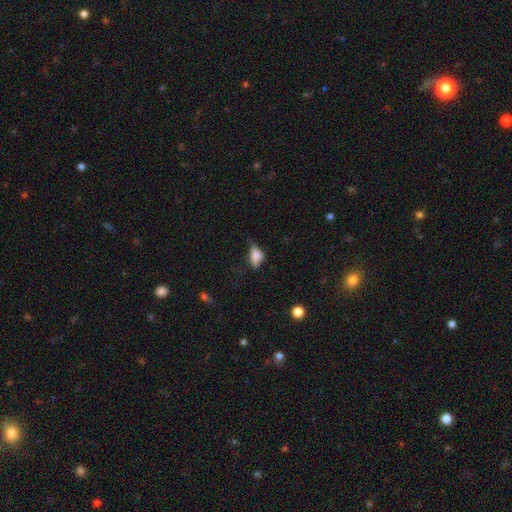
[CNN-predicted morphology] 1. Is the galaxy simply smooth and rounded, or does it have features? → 70% smooth, 20% featured or disk, 11% star or artifact.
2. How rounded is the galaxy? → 83% in between, 8% cigar-shaped, 8% round.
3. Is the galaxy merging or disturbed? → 37% minor disturbance, 33% none, 26% major disturbance, 4% merger.